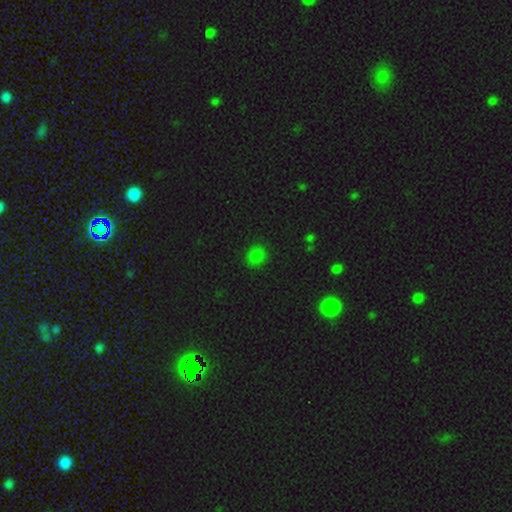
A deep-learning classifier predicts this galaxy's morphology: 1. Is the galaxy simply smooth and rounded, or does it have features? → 80% smooth, 17% star or artifact, 3% featured or disk.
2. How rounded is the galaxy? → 77% round, 22% in between, 1% cigar-shaped.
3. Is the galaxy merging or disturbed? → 88% none, 8% minor disturbance, 2% major disturbance, 1% merger.